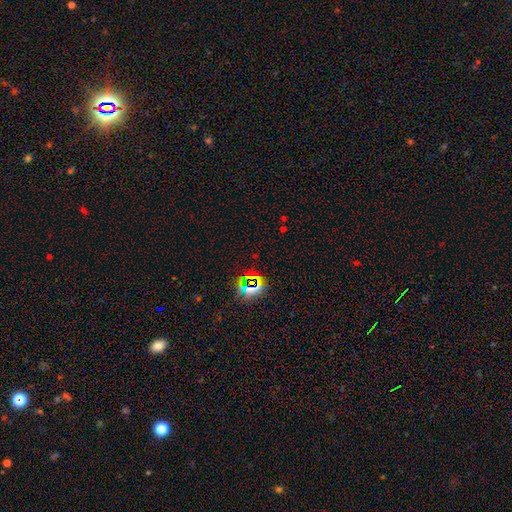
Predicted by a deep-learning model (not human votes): Smooth or featured: star or artifact — 71% (smooth — 21%)